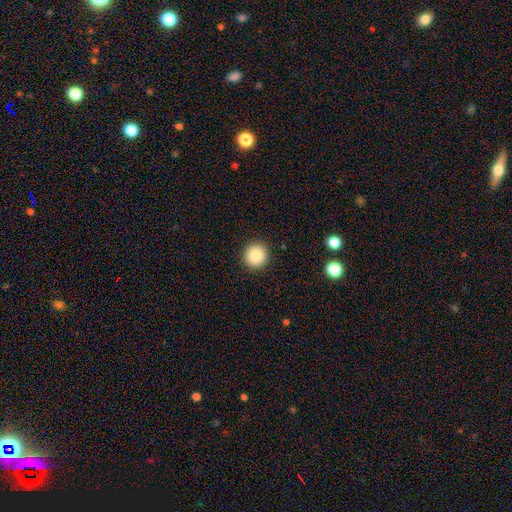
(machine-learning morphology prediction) A smooth galaxy with no disk features (87%) that is round (93%). Merging: none (92%).